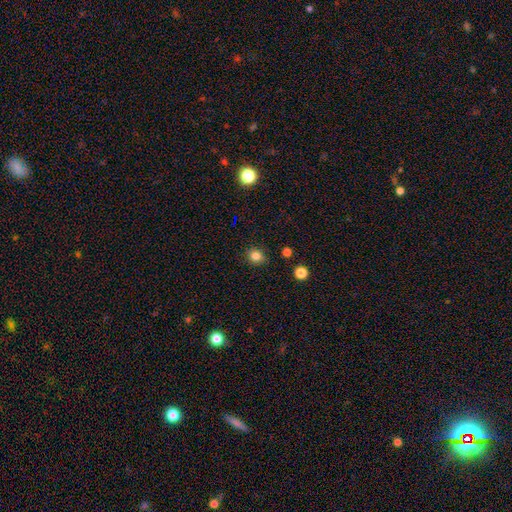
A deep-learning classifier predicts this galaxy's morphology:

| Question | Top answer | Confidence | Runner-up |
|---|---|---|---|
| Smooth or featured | smooth | 81% | star or artifact (13%) |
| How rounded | round | 71% | in between (28%) |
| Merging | none | 86% | minor disturbance (10%) |